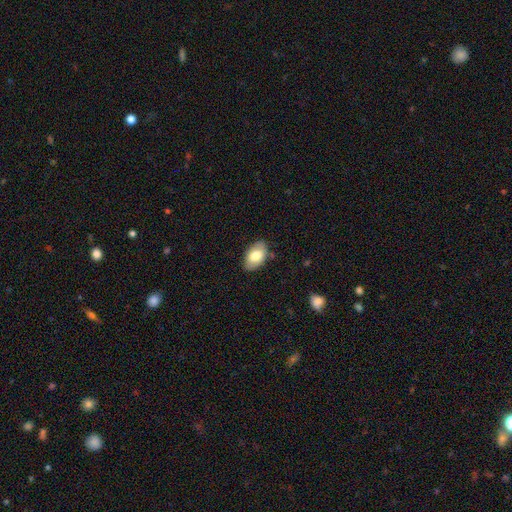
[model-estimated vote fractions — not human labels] Overall: smooth (76%). How rounded: in between (93%). Merging: none (81%).